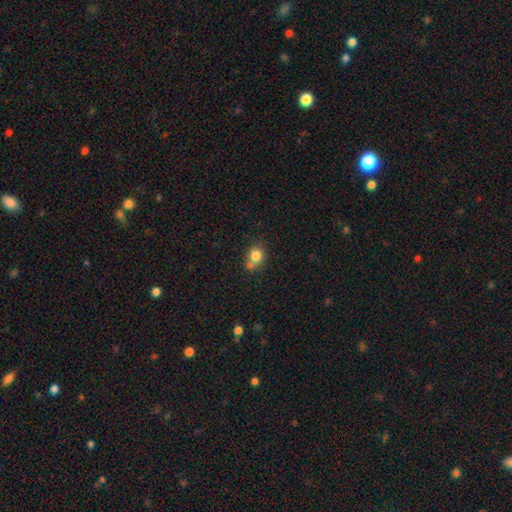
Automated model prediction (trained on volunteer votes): smooth_or_featured: smooth (p=0.80) [alt: star or artifact p=0.11]
how_rounded: round (p=0.74) [alt: in between p=0.25]
merging: none (p=0.48) [alt: merger p=0.28]